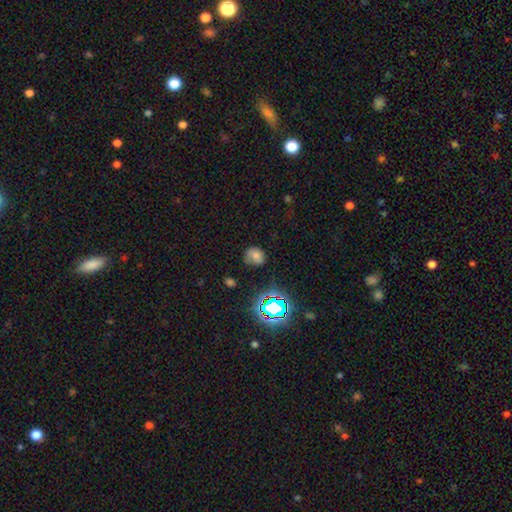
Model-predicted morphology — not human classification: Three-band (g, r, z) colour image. It shows a smooth galaxy with no disk features (54%) that is round (66%). Merging: none (58%).